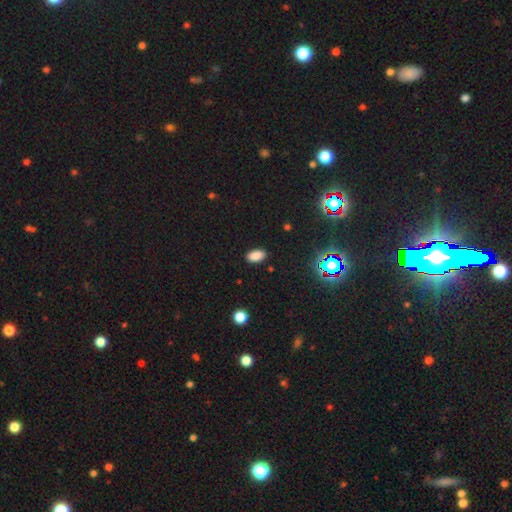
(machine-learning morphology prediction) Smooth or featured?
  - smooth: 83% *
  - star or artifact: 13%
  - featured or disk: 4%
How rounded?
  - in between: 93% *
  - round: 5%
  - cigar-shaped: 2%
Merging?
  - none: 88% *
  - minor disturbance: 8%
  - major disturbance: 2%
  - merger: 1%